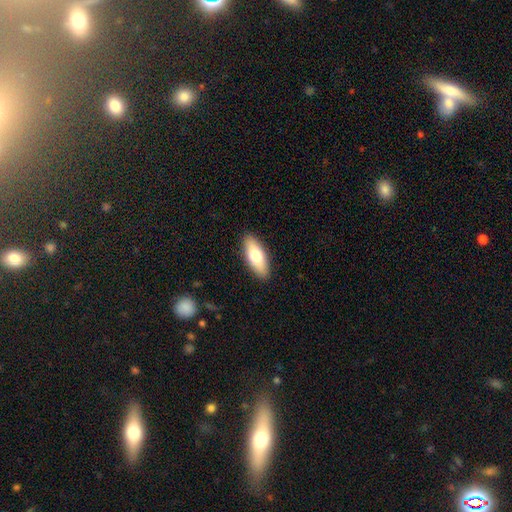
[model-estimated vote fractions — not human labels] Smooth or featured: smooth — 73% (featured or disk — 21%)
How rounded: in between — 76% (cigar-shaped — 22%)
Merging: none — 90% (minor disturbance — 8%)